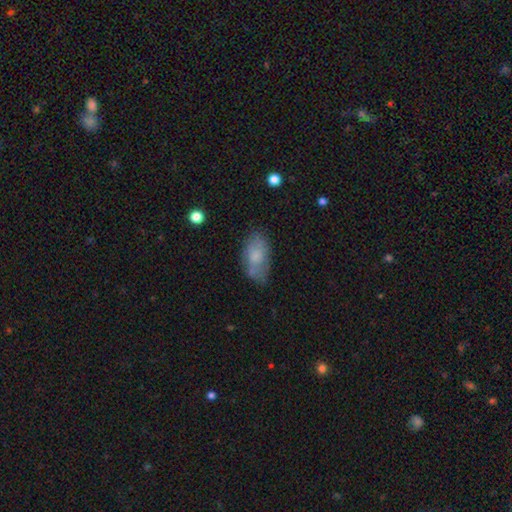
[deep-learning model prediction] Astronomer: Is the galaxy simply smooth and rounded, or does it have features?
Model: smooth — 71%.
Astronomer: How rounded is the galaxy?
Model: in between — 92%.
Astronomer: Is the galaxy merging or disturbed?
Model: none — 62%.